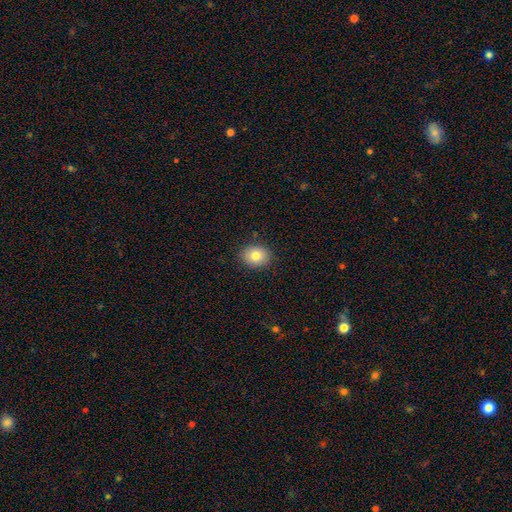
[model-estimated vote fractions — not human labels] smooth 81%, featured or disk 10%, star or artifact 9%. Down the decision tree: how rounded — round (59%); merging — none (89%).